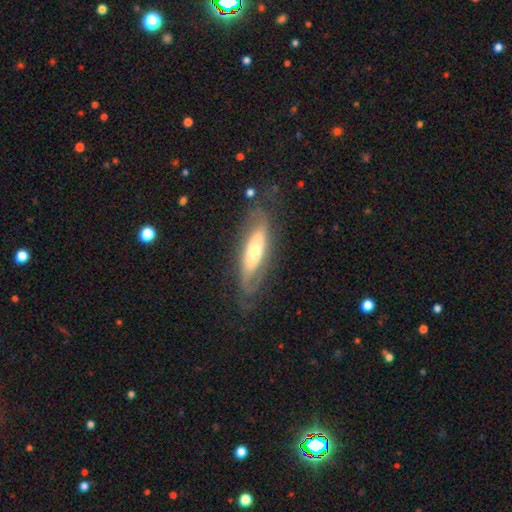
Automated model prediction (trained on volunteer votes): A featured or disk galaxy (66%).

Vote fractions:
- Smooth or featured? featured or disk: 66% / smooth: 28% / star or artifact: 6%
- Edge-on disk? no: 73% / yes: 27%
- Merging? none: 66% / minor disturbance: 19% / major disturbance: 13% / merger: 2%